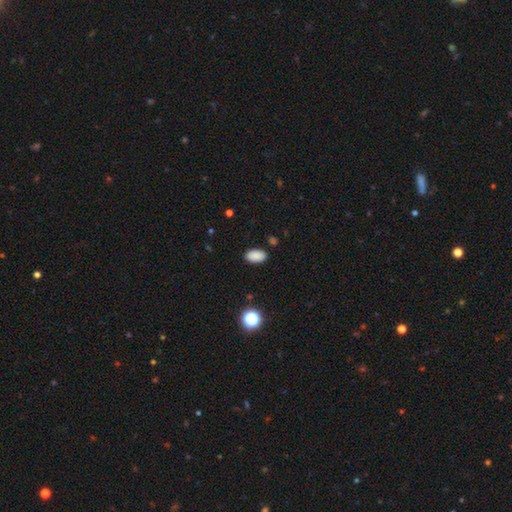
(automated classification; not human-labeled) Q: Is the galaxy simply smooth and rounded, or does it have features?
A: smooth — 87%.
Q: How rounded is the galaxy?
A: in between — 94%.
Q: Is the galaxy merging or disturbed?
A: none — 88%.